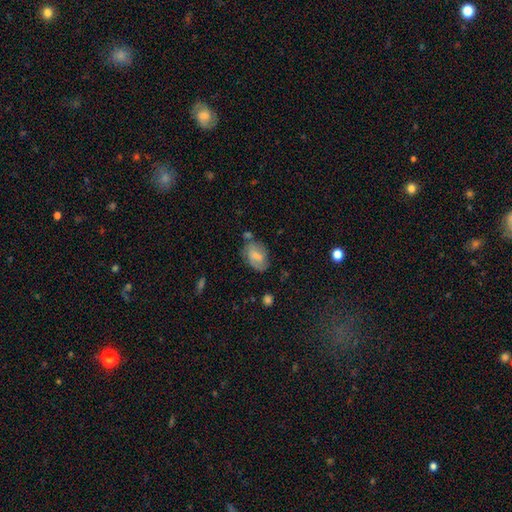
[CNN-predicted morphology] A smooth galaxy with no disk features (64%) that is in between round and cigar-shaped (86%).

Vote fractions:
- Smooth or featured? smooth: 64% / featured or disk: 28% / star or artifact: 8%
- How rounded? in between: 86% / round: 13% / cigar-shaped: 2%
- Merging? none: 61% / minor disturbance: 25% / major disturbance: 8% / merger: 7%